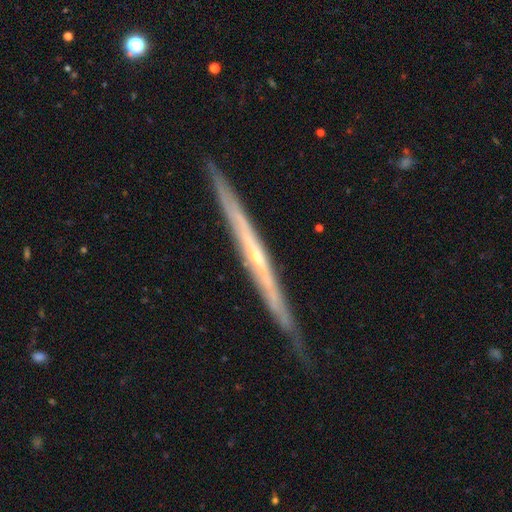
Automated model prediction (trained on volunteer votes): Smooth or featured: featured or disk — 80% (smooth — 15%)
Edge-on disk: yes — 96% (no — 4%)
Edge-on bulge: none — 51% (rounded — 45%)
Merging: none — 84% (minor disturbance — 13%)